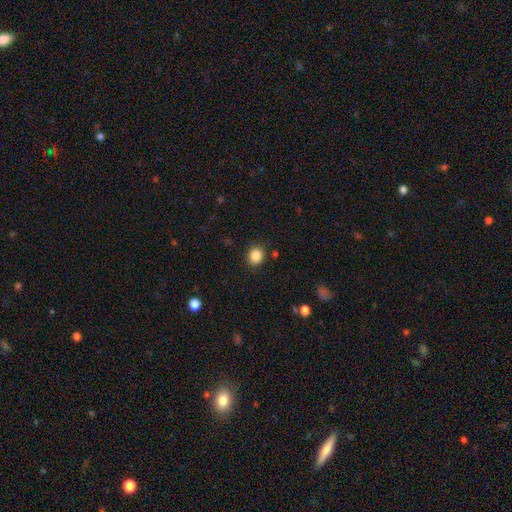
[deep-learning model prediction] Smooth or featured? smooth (85%)
How rounded? round (78%)
Merging? none (88%)